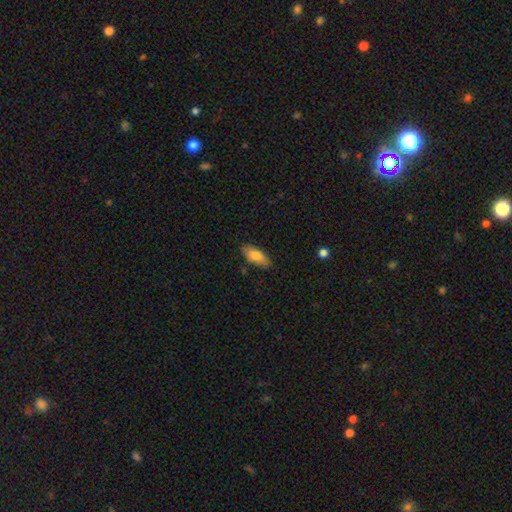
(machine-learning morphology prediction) Overall: smooth (77%). How rounded: in between (79%). Merging: none (81%).